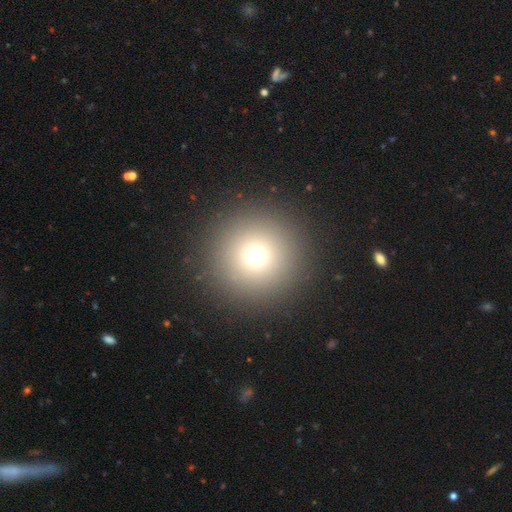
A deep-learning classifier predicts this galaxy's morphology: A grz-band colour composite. It shows a smooth galaxy with no disk features (72%) that is round (96%). Merging: none (92%).